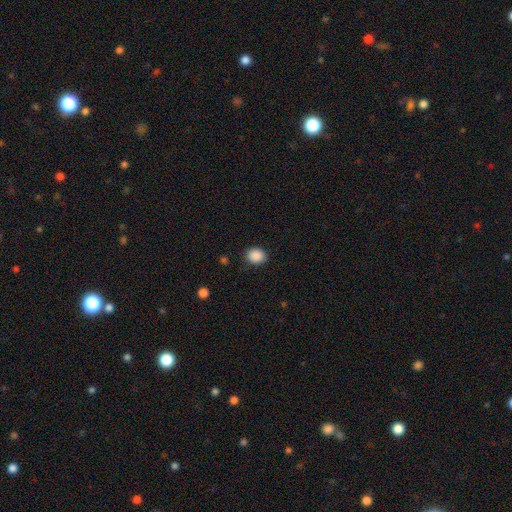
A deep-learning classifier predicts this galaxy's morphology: Q: Smooth or featured?
A: smooth (89%); runner-up: star or artifact (9%)
Q: How rounded?
A: round (63%); runner-up: in between (36%)
Q: Merging?
A: none (87%); runner-up: minor disturbance (10%)